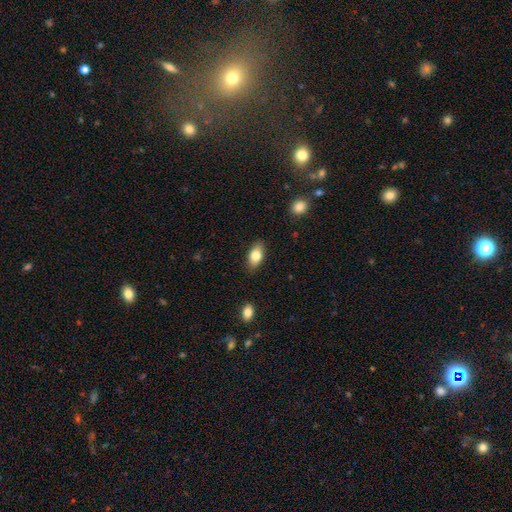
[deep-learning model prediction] Morphology: type=smooth (78%); roundness=in between (87%); merging=none (86%).